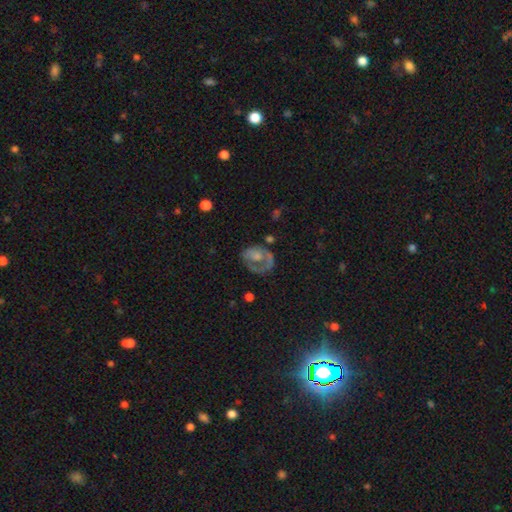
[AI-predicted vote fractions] A featured or disk galaxy (53%) with no bar (84%), no spiral arms (62%) and a moderate central bulge (40%). Merging: none (45%).